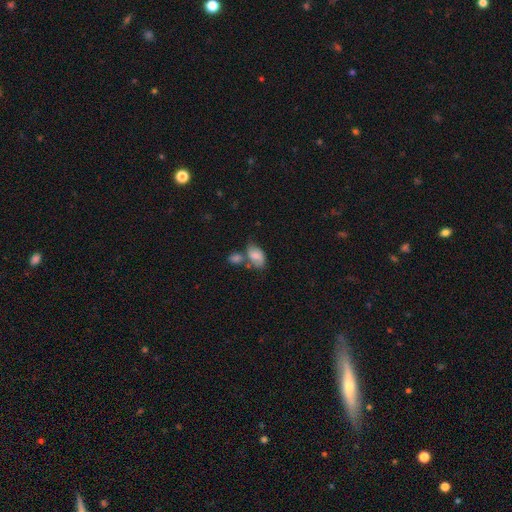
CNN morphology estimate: Smooth or featured?
  - smooth: 65% *
  - featured or disk: 27%
  - star or artifact: 9%
How rounded?
  - in between: 87% *
  - round: 12%
  - cigar-shaped: 2%
Merging?
  - merger: 40% *
  - none: 34%
  - minor disturbance: 18%
  - major disturbance: 8%